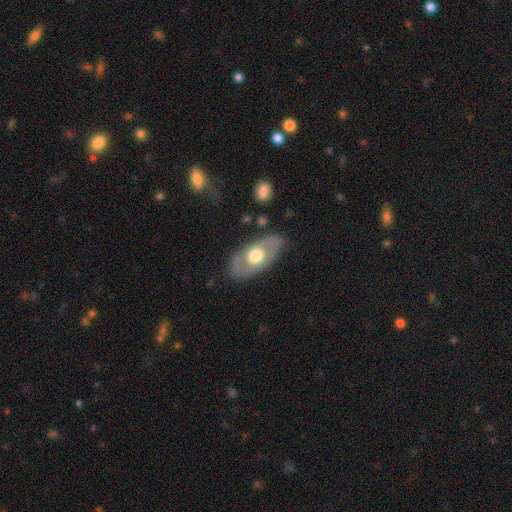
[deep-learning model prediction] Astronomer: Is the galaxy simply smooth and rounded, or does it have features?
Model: featured or disk — 57% (runner-up: smooth, 38%).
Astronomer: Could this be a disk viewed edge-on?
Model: no — 83%.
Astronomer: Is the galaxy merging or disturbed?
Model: none — 78%.